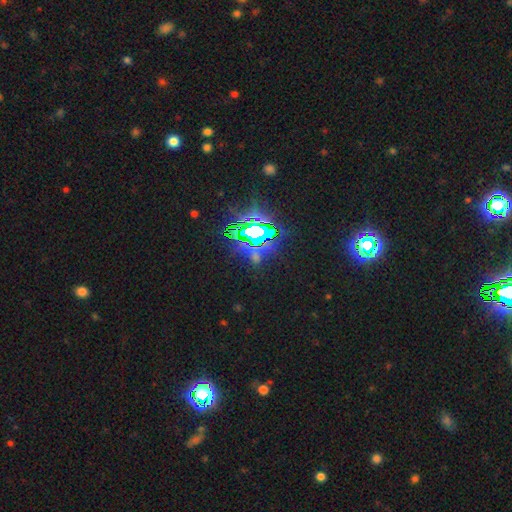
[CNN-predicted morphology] Q: Smooth or featured?
A: star or artifact (79%); runner-up: smooth (11%)